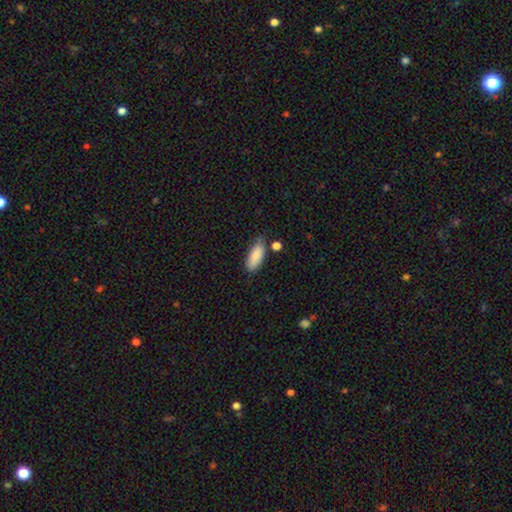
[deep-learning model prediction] smooth 87%, featured or disk 7%, star or artifact 6%. Down the decision tree: how rounded — in between (80%); merging — none (69%).